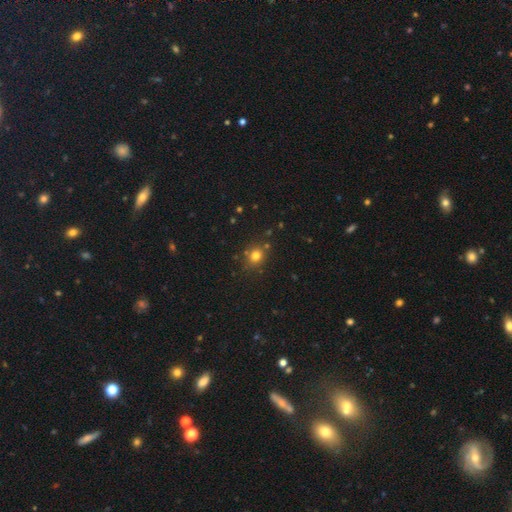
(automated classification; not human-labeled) Smooth or featured: smooth — 77% (star or artifact — 16%)
How rounded: round — 74% (in between — 25%)
Merging: none — 79% (minor disturbance — 11%)